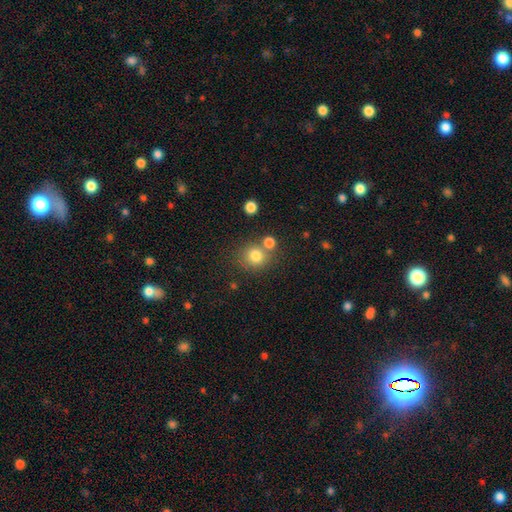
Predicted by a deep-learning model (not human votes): Smooth or featured? Predicted: smooth (p=0.79). How rounded? Predicted: round (p=0.86). Merging? Predicted: none (p=0.66).